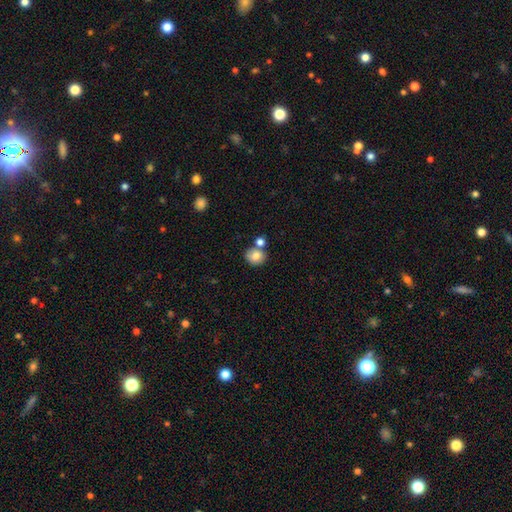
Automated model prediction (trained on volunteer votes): Morphology: type=smooth (80%); roundness=round (80%); merging=none (61%).